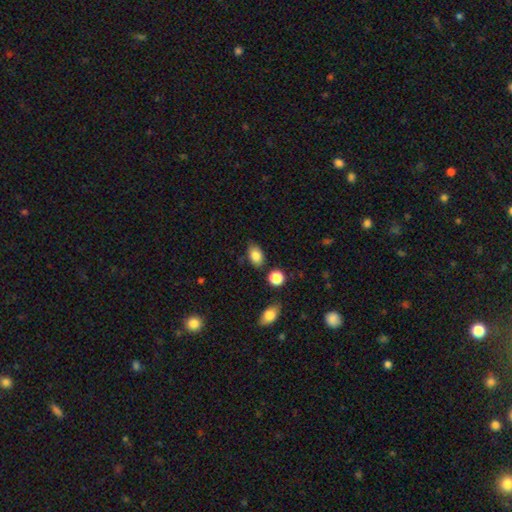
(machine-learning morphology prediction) Overall: smooth (84%). How rounded: in between (86%). Merging: none (74%).